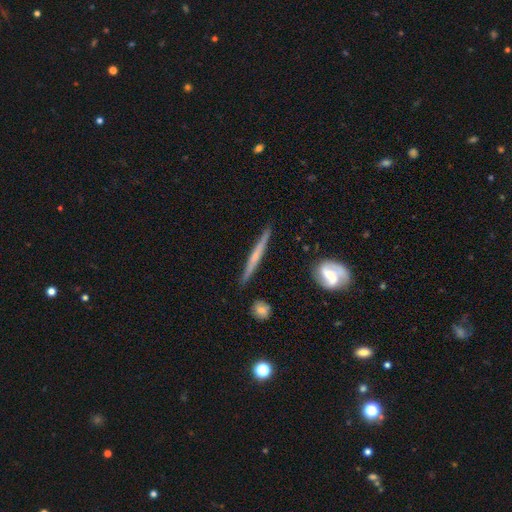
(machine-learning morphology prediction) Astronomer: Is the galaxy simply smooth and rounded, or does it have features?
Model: featured or disk — 63%.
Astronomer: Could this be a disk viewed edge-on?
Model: yes — 95%.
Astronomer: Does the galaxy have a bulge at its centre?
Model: none — 55% (runner-up: rounded, 37%).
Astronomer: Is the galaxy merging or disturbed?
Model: none — 87%.